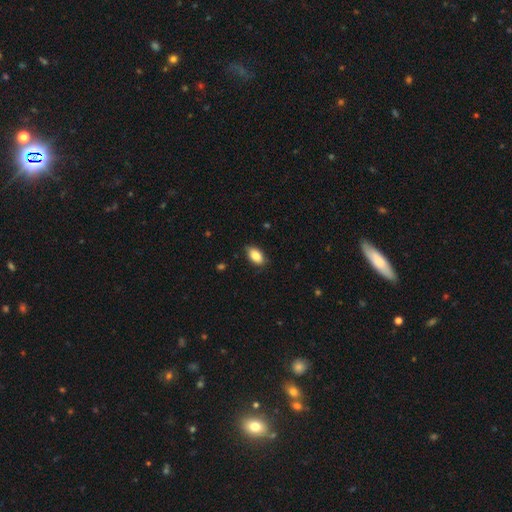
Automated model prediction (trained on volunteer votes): smooth-or-featured: smooth: 85% | featured or disk: 7% | star or artifact: 7%
  how-rounded: in between: 91% | round: 6% | cigar-shaped: 2%
  merging: none: 81% | minor disturbance: 16% | major disturbance: 2% | merger: 1%